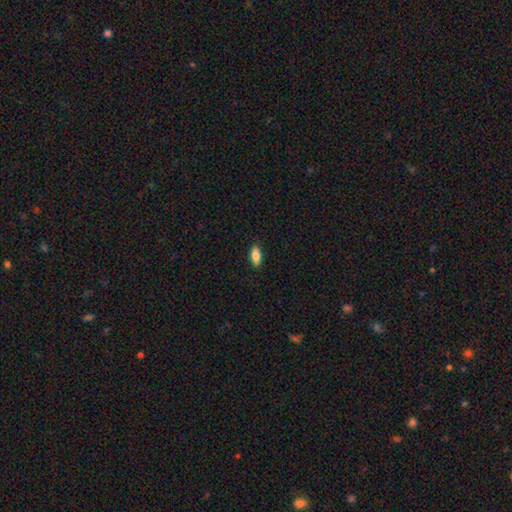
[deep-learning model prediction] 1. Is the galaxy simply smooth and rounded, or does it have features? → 80% smooth, 14% featured or disk, 7% star or artifact.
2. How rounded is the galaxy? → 82% in between, 16% cigar-shaped, 3% round.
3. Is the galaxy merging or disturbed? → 89% none, 8% minor disturbance, 2% major disturbance, 1% merger.